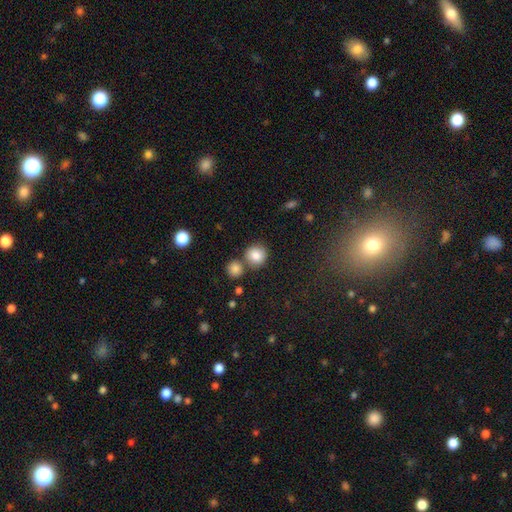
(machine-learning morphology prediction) This is clearly a smooth galaxy (84%). How rounded: clearly round (88%). Merging: likely none (66%).